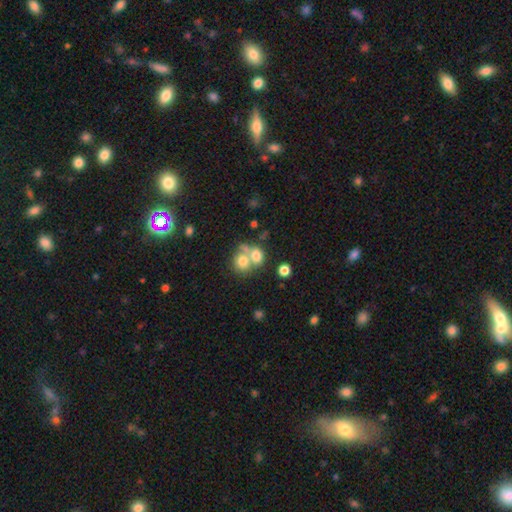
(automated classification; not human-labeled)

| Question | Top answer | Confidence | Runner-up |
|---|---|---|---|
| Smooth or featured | smooth | 73% | featured or disk (15%) |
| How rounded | round | 58% | in between (41%) |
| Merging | merger | 59% | none (29%) |